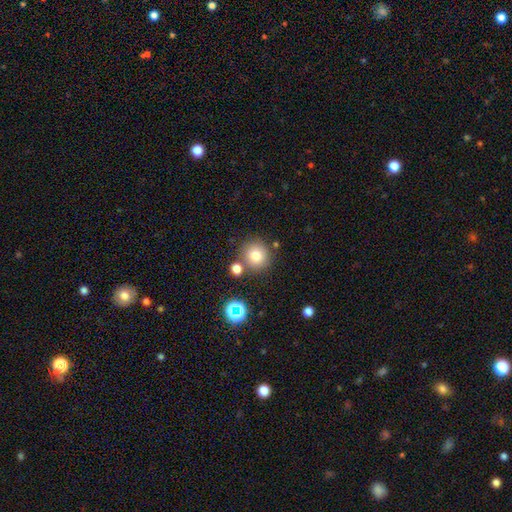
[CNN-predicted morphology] Q: Smooth or featured?
A: smooth (77%); runner-up: star or artifact (14%)
Q: How rounded?
A: round (92%); runner-up: in between (7%)
Q: Merging?
A: none (74%); runner-up: merger (13%)